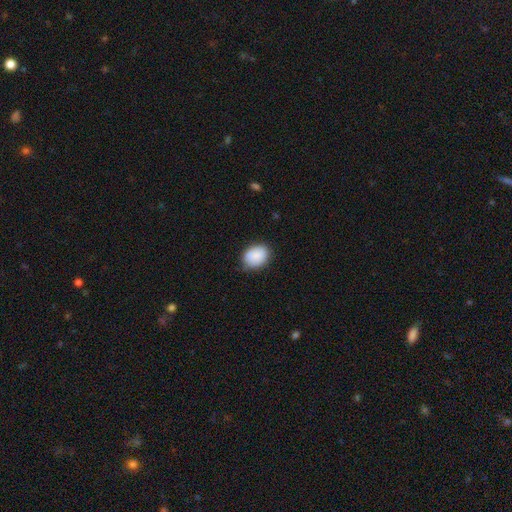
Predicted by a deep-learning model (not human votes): A smooth galaxy with no disk features (87%) that is in between round and cigar-shaped (61%). Merging: none (78%).